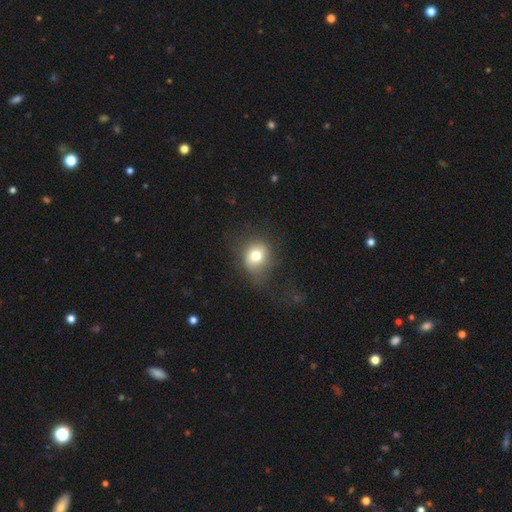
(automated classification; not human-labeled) Smooth or featured? smooth (74%)
How rounded? round (65%)
Merging? none (56%)